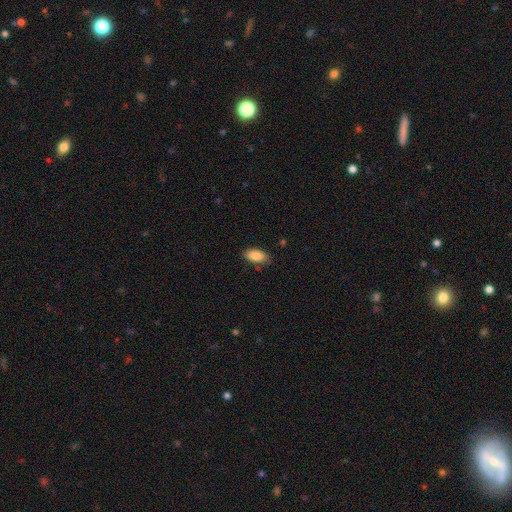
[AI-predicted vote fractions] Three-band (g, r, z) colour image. It shows a smooth galaxy with no disk features (87%) that is in between round and cigar-shaped (92%). Merging: none (82%).